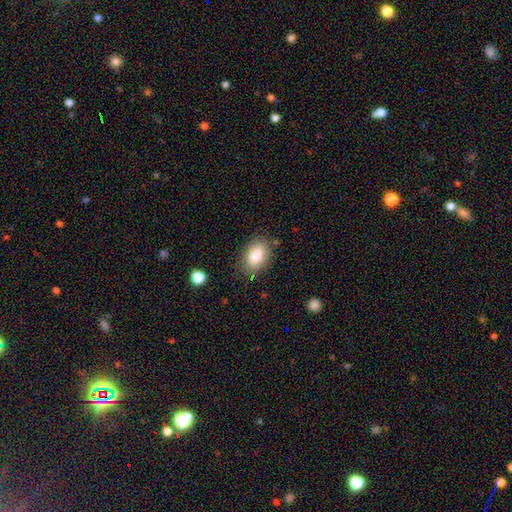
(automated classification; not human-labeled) A smooth galaxy with no disk features (83%) that is in between round and cigar-shaped (87%).

Vote fractions:
- Smooth or featured? smooth: 83% / featured or disk: 10% / star or artifact: 8%
- How rounded? in between: 87% / round: 12% / cigar-shaped: 2%
- Merging? none: 80% / minor disturbance: 14% / major disturbance: 3% / merger: 2%